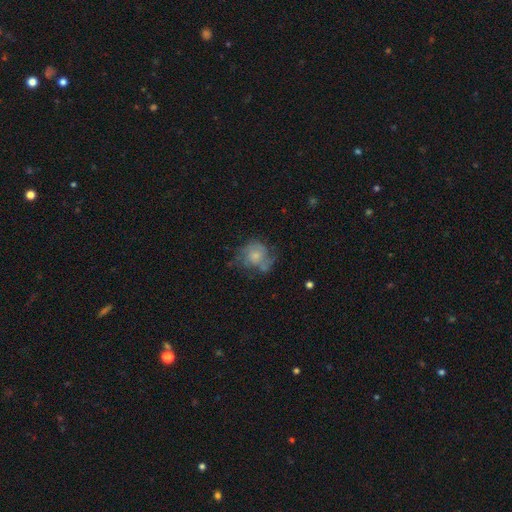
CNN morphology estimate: Smooth or featured: featured or disk — 48% (smooth — 43%)
Merging: none — 41% (minor disturbance — 27%)